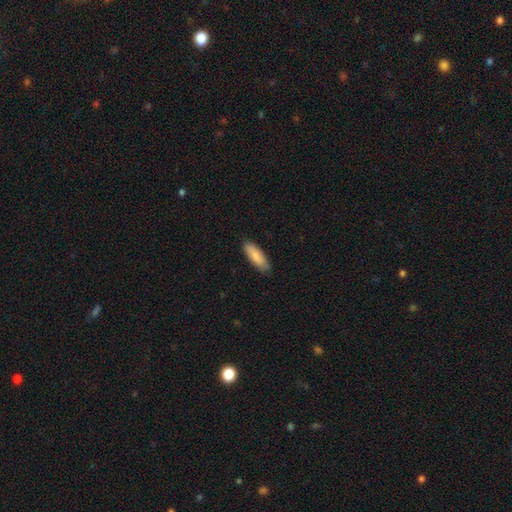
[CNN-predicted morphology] A smooth galaxy with no disk features (86%) that is in between round and cigar-shaped (59%).

Vote fractions:
- Smooth or featured? smooth: 86% / featured or disk: 9% / star or artifact: 5%
- How rounded? in between: 59% / cigar-shaped: 39% / round: 1%
- Merging? none: 86% / minor disturbance: 12% / major disturbance: 2% / merger: 1%